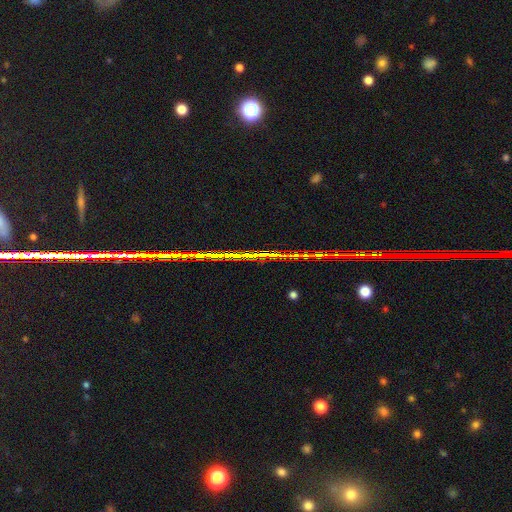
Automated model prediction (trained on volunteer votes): The model was most divided on "smooth or featured": star or artifact: 82%, featured or disk: 10%, smooth: 9%.